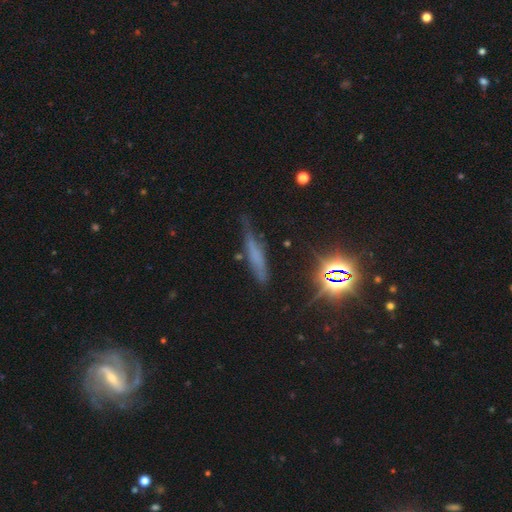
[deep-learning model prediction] This appears to be a smooth galaxy with no disk features (42%). Merging: none (62%).